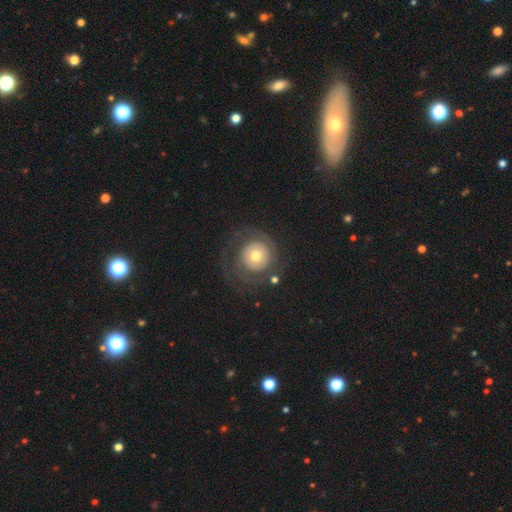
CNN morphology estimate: smooth_or_featured: featured or disk (p=0.61) [alt: smooth p=0.32]
disk_edge_on: no (p=0.97) [alt: yes p=0.03]
bar: no (p=0.85) [alt: weak p=0.12]
has_spiral_arms: yes (p=0.72) [alt: no p=0.28]
bulge_size: moderate (p=0.62) [alt: small p=0.23]
merging: none (p=0.66) [alt: major disturbance p=0.17]